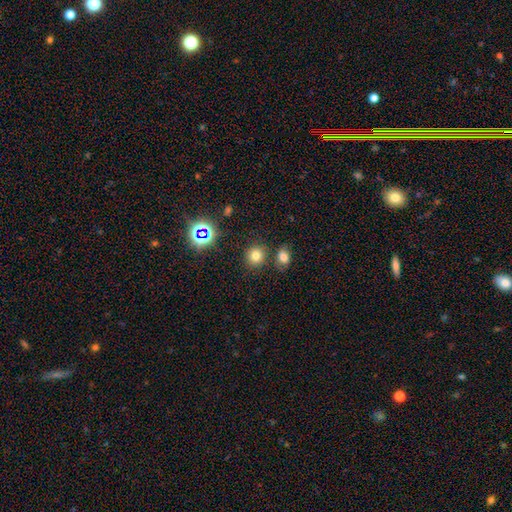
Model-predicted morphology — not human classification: smooth 74%, star or artifact 18%, featured or disk 8%. Down the decision tree: how rounded — round (83%); merging — none (79%).